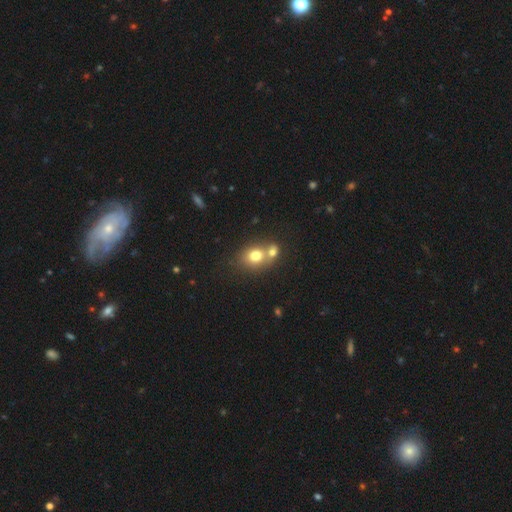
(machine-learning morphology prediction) Smooth or featured: smooth — 74% (featured or disk — 15%)
How rounded: round — 55% (in between — 44%)
Merging: merger — 56% (none — 33%)